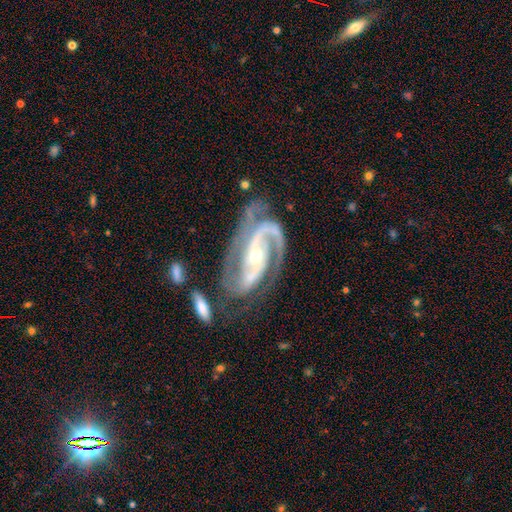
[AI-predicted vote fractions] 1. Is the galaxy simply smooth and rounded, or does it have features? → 93% featured or disk, 4% star or artifact, 3% smooth.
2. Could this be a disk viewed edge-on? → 97% no, 3% yes.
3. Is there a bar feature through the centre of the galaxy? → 37% strong, 33% no, 30% weak.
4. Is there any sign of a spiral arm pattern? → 98% yes, 2% no.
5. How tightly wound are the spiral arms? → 52% medium, 37% tight, 11% loose.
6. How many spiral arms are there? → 82% 2, 9% 3, 3% can't tell, 3% 1, 2% 4, 2% more than 4.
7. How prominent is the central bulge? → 53% moderate, 43% small, 2% large, 1% none, 1% dominant.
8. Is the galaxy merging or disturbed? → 58% none, 21% minor disturbance, 14% major disturbance, 8% merger.